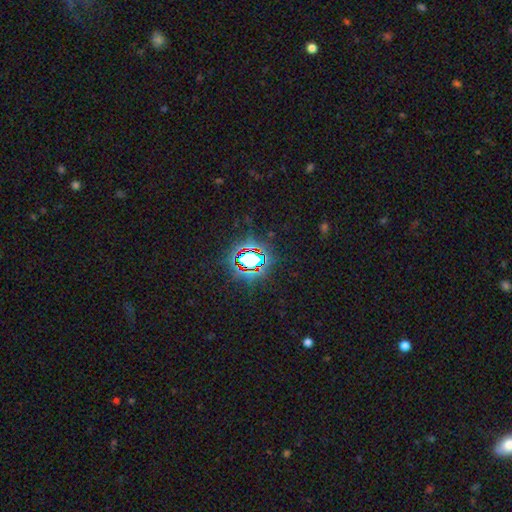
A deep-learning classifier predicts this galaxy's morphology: Overall: star or artifact (79%).